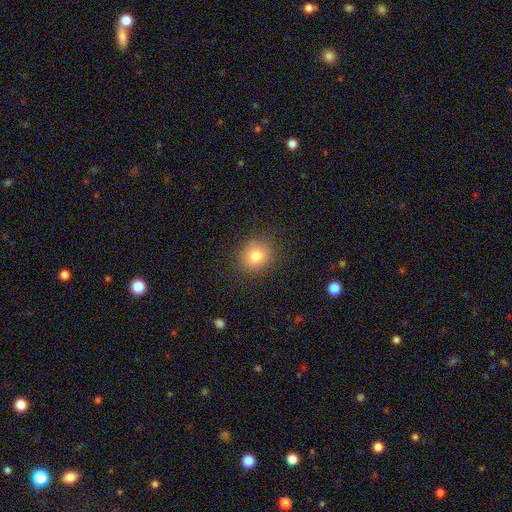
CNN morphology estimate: Smooth or featured? Predicted: smooth (p=0.79). How rounded? Predicted: round (p=0.79). Merging? Predicted: none (p=0.87).